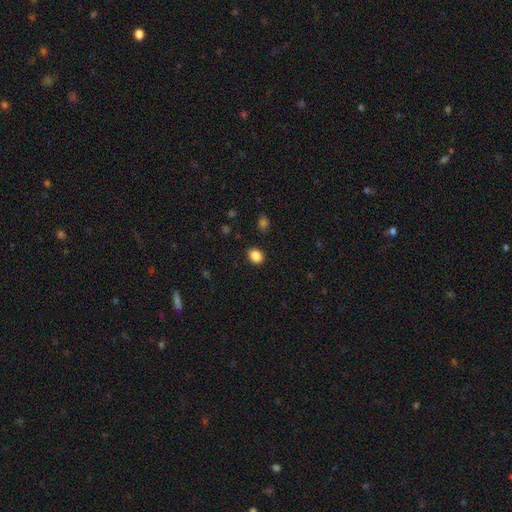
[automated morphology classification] The model was most divided on "how rounded": round: 50%, in between: 49%, cigar-shaped: 1%. More confident: merging — none (89%); smooth or featured — smooth (86%).